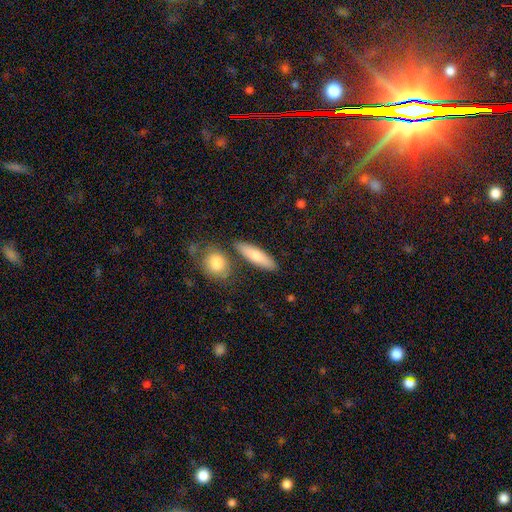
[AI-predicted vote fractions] smooth_or_featured: smooth (p=0.77) [alt: featured or disk p=0.17]
how_rounded: cigar-shaped (p=0.56) [alt: in between p=0.40]
merging: none (p=0.79) [alt: minor disturbance p=0.10]